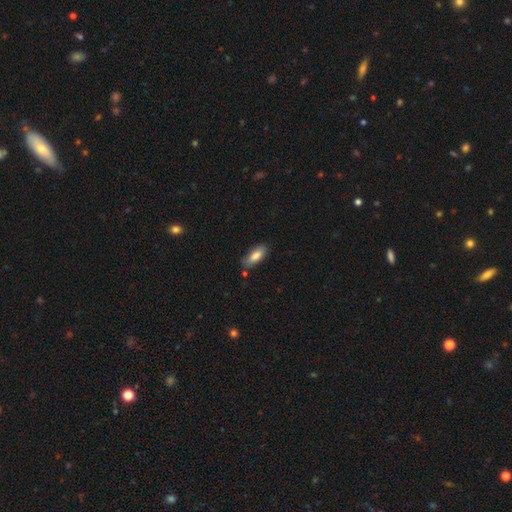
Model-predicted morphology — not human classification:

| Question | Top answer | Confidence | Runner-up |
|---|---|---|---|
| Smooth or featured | smooth | 83% | featured or disk (11%) |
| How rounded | in between | 80% | cigar-shaped (18%) |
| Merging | none | 73% | minor disturbance (19%) |